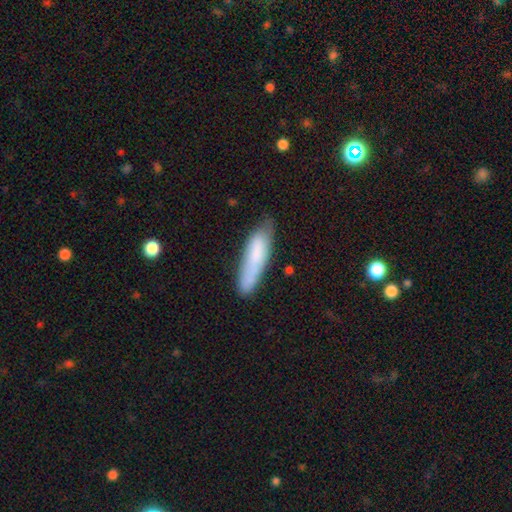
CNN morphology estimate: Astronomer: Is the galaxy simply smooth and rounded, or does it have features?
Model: smooth — 73%.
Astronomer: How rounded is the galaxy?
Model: cigar-shaped — 71%.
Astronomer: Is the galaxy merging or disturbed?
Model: none — 61%.